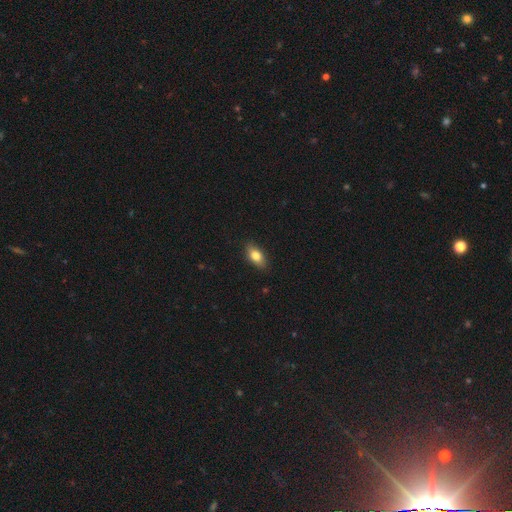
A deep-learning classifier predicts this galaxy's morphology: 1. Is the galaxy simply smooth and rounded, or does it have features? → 80% smooth, 13% featured or disk, 8% star or artifact.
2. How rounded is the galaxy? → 87% in between, 7% cigar-shaped, 6% round.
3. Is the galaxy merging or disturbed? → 87% none, 10% minor disturbance, 2% major disturbance, 1% merger.